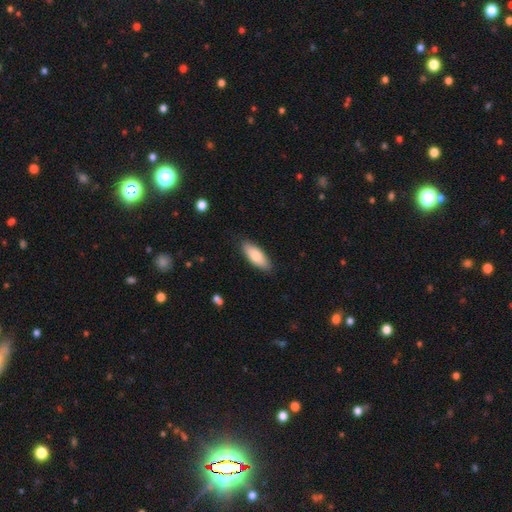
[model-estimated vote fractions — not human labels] smooth-or-featured: smooth: 80% | featured or disk: 14% | star or artifact: 6%
  how-rounded: in between: 72% | cigar-shaped: 26% | round: 2%
  merging: none: 86% | minor disturbance: 11% | major disturbance: 2% | merger: 1%